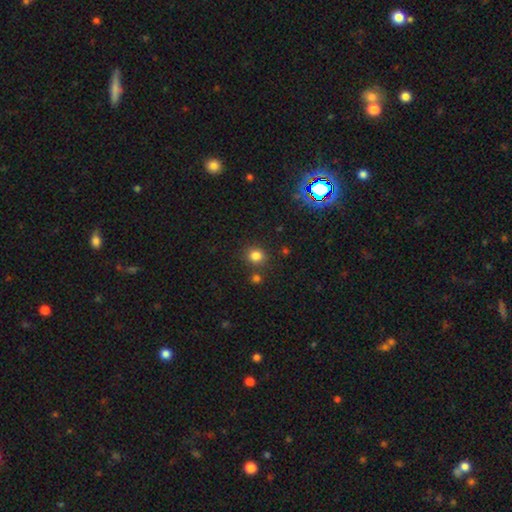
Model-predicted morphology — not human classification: type=smooth (82%); roundness=round (81%); merging=none (81%).